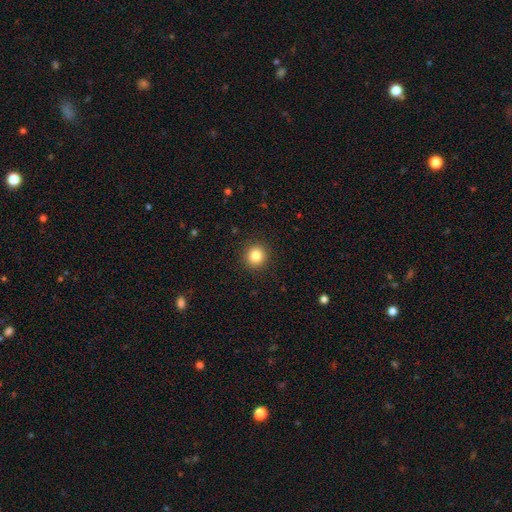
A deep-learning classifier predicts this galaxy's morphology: Smooth or featured? smooth (83%)
How rounded? round (93%)
Merging? none (92%)